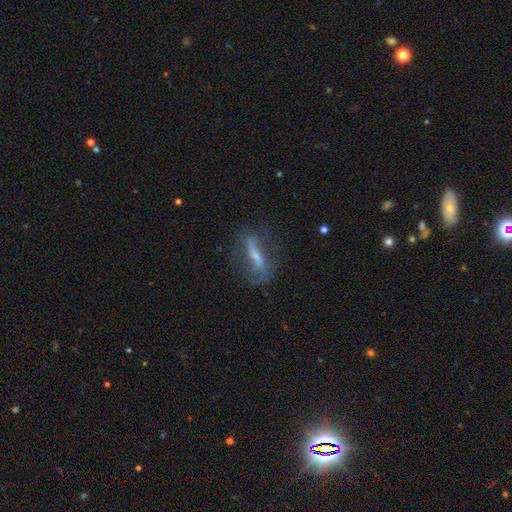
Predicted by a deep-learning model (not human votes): Q: Smooth or featured?
A: featured or disk (59%); runner-up: smooth (29%)
Q: Edge-on disk?
A: no (59%); runner-up: yes (41%)
Q: Merging?
A: none (64%); runner-up: minor disturbance (19%)